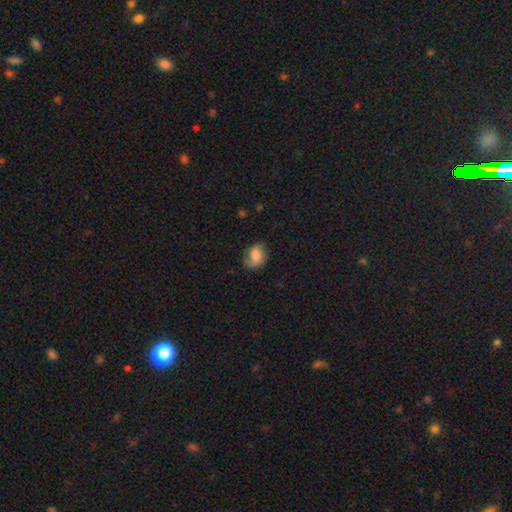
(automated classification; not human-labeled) A smooth galaxy with no disk features (71%) that is in between round and cigar-shaped (59%).

Vote fractions:
- Smooth or featured? smooth: 71% / featured or disk: 21% / star or artifact: 8%
- How rounded? in between: 59% / round: 40% / cigar-shaped: 1%
- Merging? none: 65% / minor disturbance: 26% / major disturbance: 8% / merger: 1%